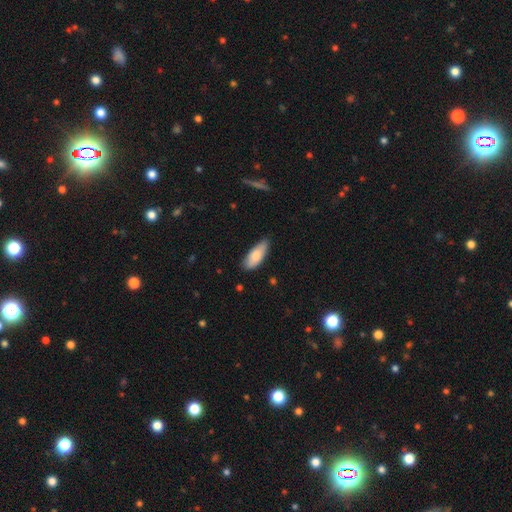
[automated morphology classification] Overall: smooth (79%). How rounded: in between (76%). Merging: none (77%).